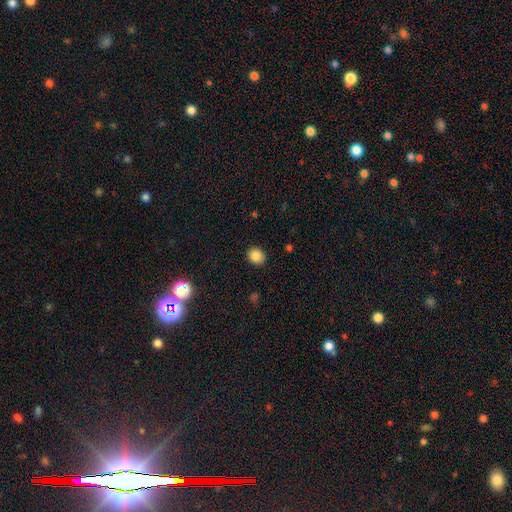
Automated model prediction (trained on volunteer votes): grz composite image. It shows a smooth galaxy with no disk features (84%) that is round (73%). Merging: none (90%).